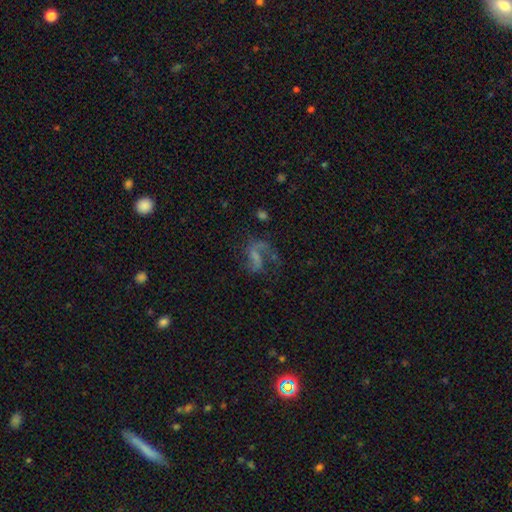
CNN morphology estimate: smooth-or-featured: featured or disk: 65% | smooth: 21% | star or artifact: 14%
  disk-edge-on: no: 97% | yes: 3%
    bar: no: 41% | weak: 39% | strong: 20%
    has-spiral-arms: yes: 80% | no: 20%
      spiral-winding: loose: 68% | medium: 25% | tight: 6%
      spiral-arm-count: 2: 55% | 1: 36% | can't tell: 5% | 3: 2% | 4: 1% | more than 4: 1%
    bulge-size: none: 56% | small: 27% | moderate: 12% | large: 3% | dominant: 2%
  merging: major disturbance: 39% | none: 38% | minor disturbance: 16% | merger: 6%